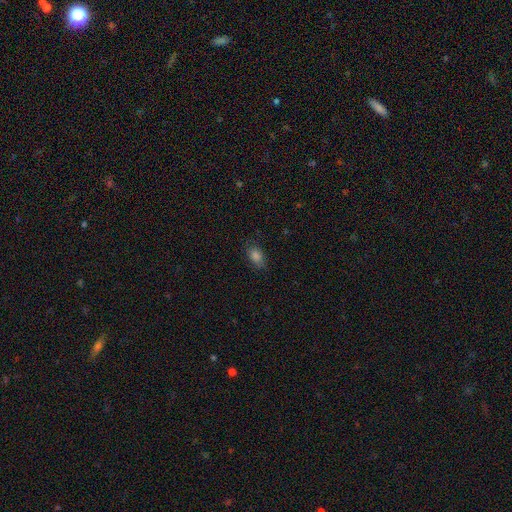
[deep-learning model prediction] Morphology: type=smooth (80%); roundness=in between (84%); merging=none (80%).